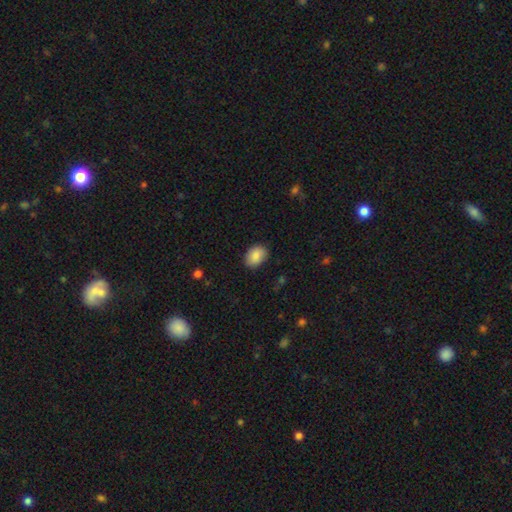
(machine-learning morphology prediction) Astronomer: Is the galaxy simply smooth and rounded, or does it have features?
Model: smooth — 87%.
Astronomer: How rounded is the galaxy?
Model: in between — 75%.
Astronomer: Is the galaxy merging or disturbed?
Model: none — 85%.